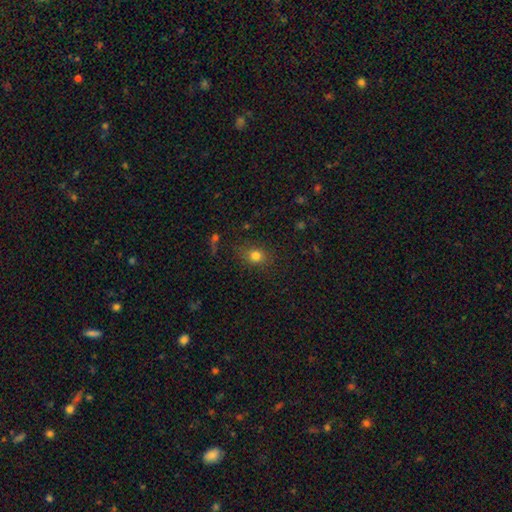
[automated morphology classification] A smooth galaxy with no disk features (78%) that is round (64%). Merging: none (81%).